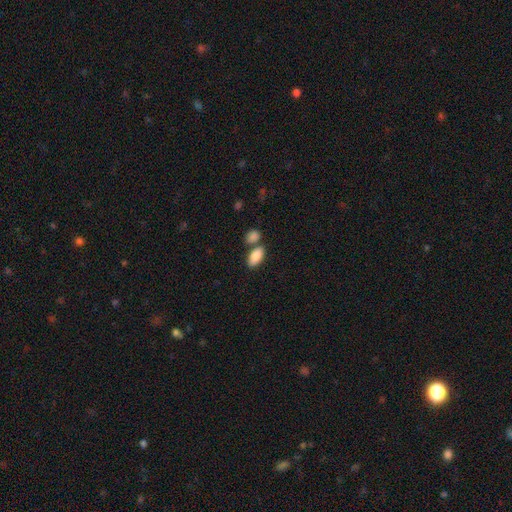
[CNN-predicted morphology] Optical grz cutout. It shows a smooth galaxy with no disk features (86%) that is in between round and cigar-shaped (90%). Merging: none (58%).